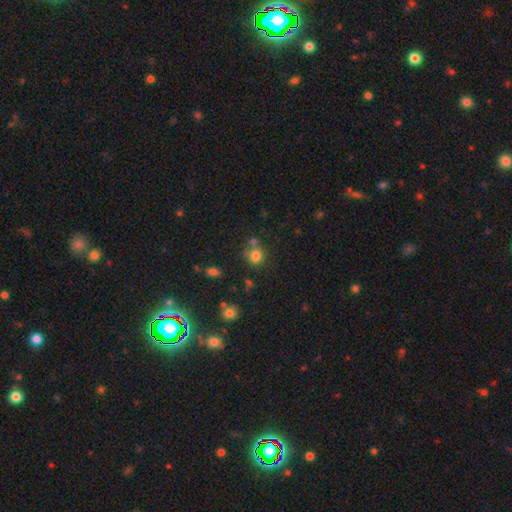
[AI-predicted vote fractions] Smooth or featured? smooth (77%)
How rounded? round (72%)
Merging? none (54%)